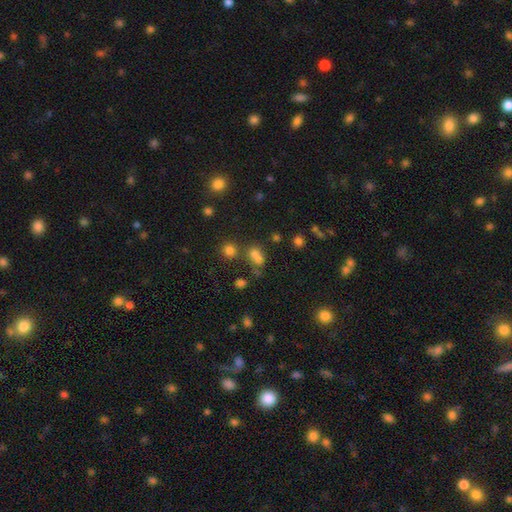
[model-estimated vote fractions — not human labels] A smooth galaxy with no disk features (62%) that is round (59%). Merging: none (45%).